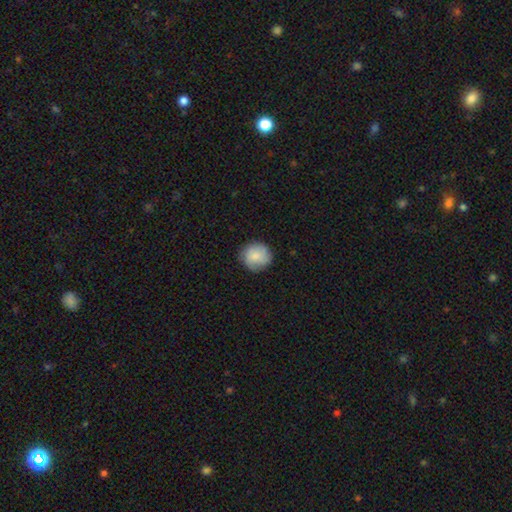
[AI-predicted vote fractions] Overall: smooth (81%). How rounded: round (92%). Merging: none (82%).